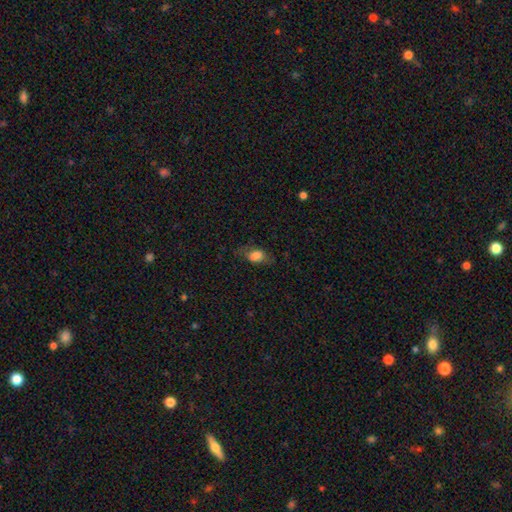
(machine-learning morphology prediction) Smooth or featured? Predicted: smooth (p=0.71). How rounded? Predicted: in between (p=0.84). Merging? Predicted: none (p=0.63).